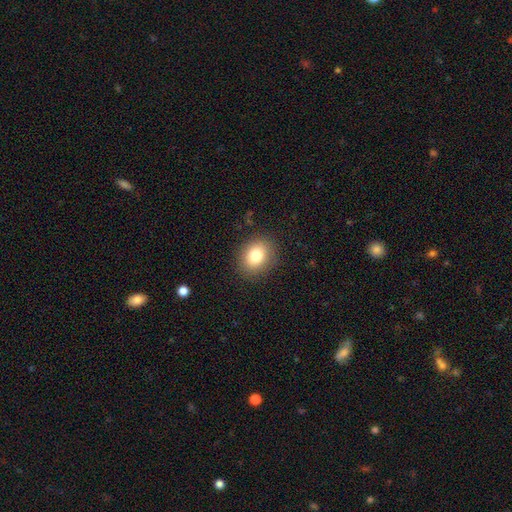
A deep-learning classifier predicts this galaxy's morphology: smooth 80%, star or artifact 11%, featured or disk 10%. Down the decision tree: how rounded — round (52%); merging — none (88%).